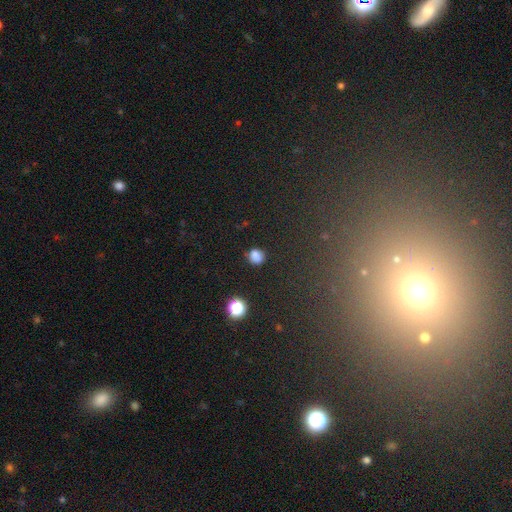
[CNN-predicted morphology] The model was most divided on "how rounded": round: 75%, in between: 24%, cigar-shaped: 1%. More confident: smooth or featured — smooth (81%); merging — none (76%).